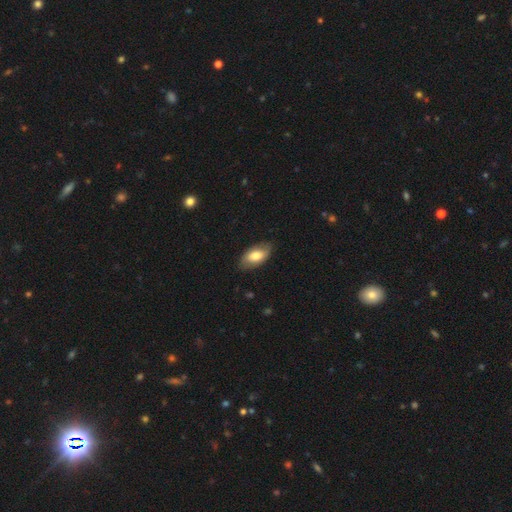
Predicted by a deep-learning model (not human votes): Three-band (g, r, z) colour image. It shows a smooth galaxy with no disk features (69%) that is in between round and cigar-shaped (93%). Merging: none (82%).